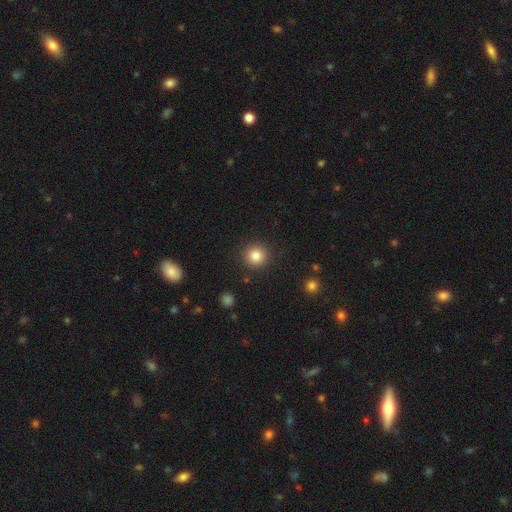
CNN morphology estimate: smooth_or_featured: smooth (p=0.83) [alt: star or artifact p=0.11]
how_rounded: round (p=0.94) [alt: in between p=0.05]
merging: none (p=0.91) [alt: minor disturbance p=0.06]